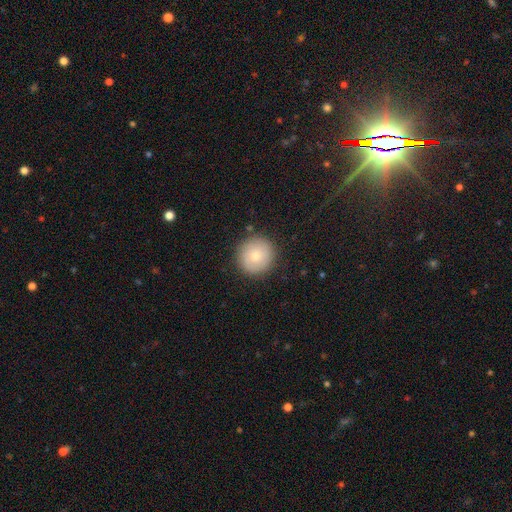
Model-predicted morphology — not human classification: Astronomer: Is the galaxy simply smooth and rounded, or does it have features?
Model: smooth — 77%.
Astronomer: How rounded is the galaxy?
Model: round — 94%.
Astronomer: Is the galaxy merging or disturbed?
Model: none — 88%.